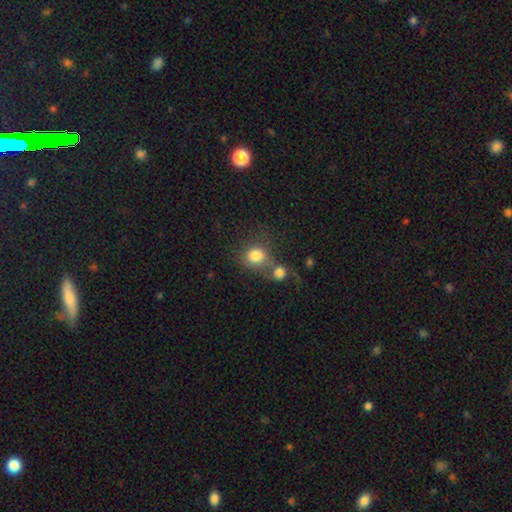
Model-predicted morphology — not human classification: Smooth or featured? smooth (81%)
How rounded? round (77%)
Merging? merger (44%)